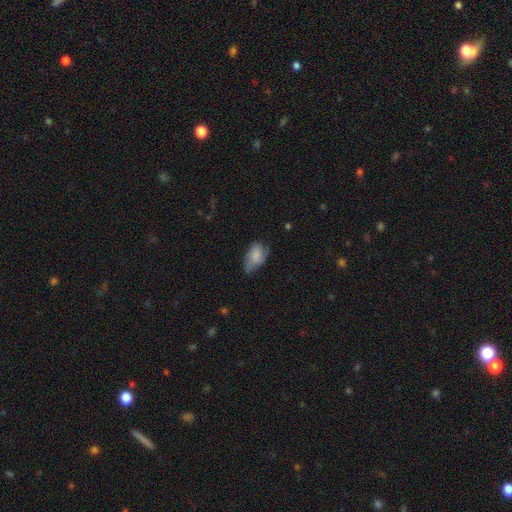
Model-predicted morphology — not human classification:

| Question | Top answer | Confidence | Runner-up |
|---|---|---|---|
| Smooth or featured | smooth | 64% | featured or disk (28%) |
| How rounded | in between | 89% | round (8%) |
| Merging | none | 42% | minor disturbance (38%) |